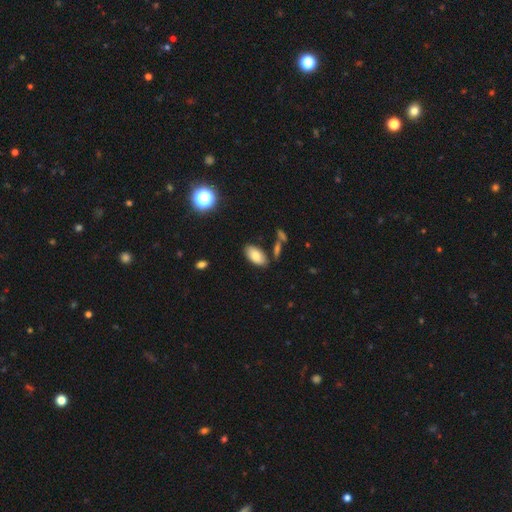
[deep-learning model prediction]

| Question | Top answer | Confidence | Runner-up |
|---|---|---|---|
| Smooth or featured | smooth | 78% | featured or disk (14%) |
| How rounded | in between | 93% | cigar-shaped (4%) |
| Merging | none | 80% | minor disturbance (12%) |